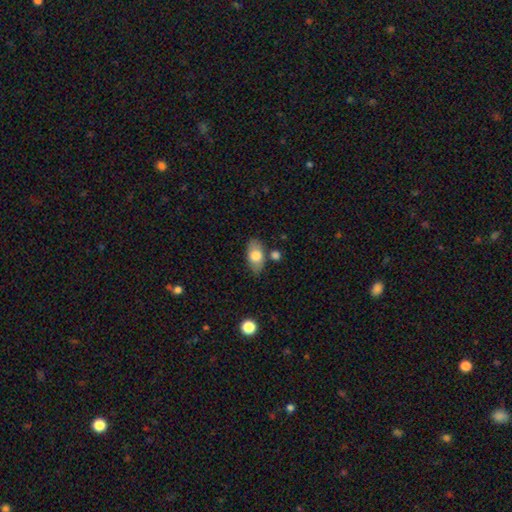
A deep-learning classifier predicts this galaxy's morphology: Overall: smooth (74%). How rounded: in between (90%). Merging: none (74%).